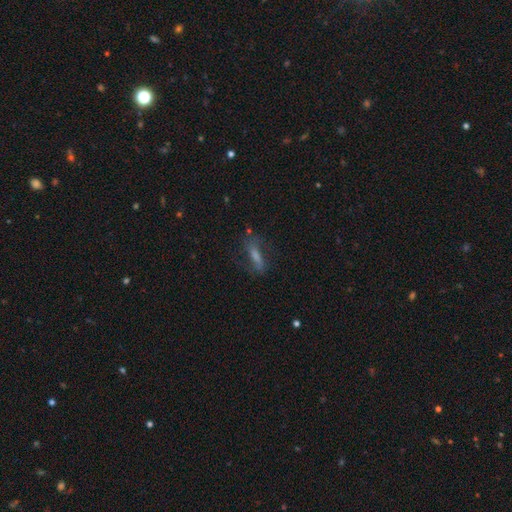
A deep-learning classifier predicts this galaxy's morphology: Smooth or featured? featured or disk (45%)
Merging? none (71%)